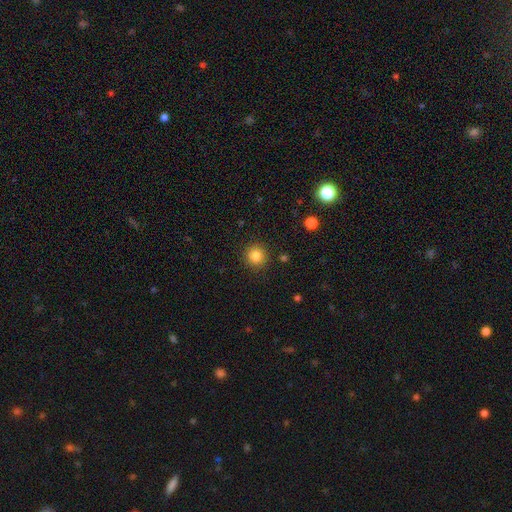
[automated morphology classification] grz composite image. It shows a smooth galaxy with no disk features (83%) that is round (93%). Merging: none (91%).